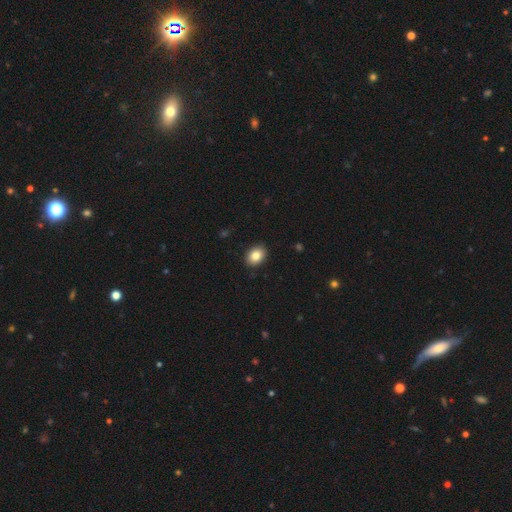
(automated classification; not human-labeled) smooth 85%, star or artifact 8%, featured or disk 7%. Down the decision tree: how rounded — in between (68%); merging — none (91%).